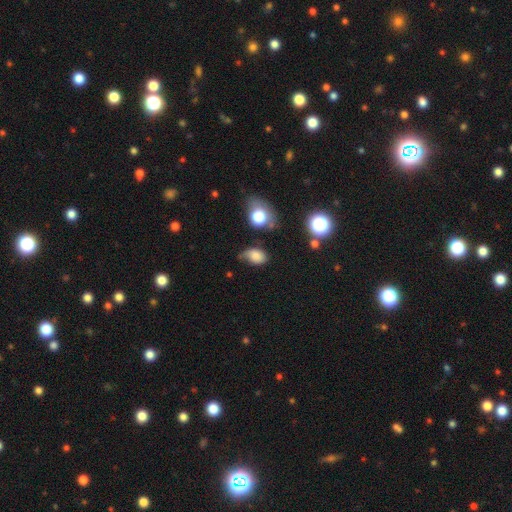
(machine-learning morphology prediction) smooth-or-featured: smooth: 77% | star or artifact: 12% | featured or disk: 11%
  how-rounded: in between: 77% | round: 22% | cigar-shaped: 1%
  merging: none: 43% | minor disturbance: 38% | major disturbance: 14% | merger: 5%